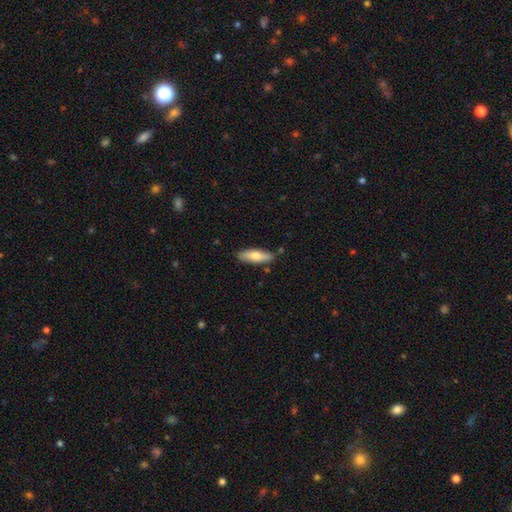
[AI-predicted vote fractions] The model was most divided on "how rounded": cigar-shaped: 50%, in between: 48%, round: 2%. More confident: merging — none (82%); smooth or featured — smooth (72%).